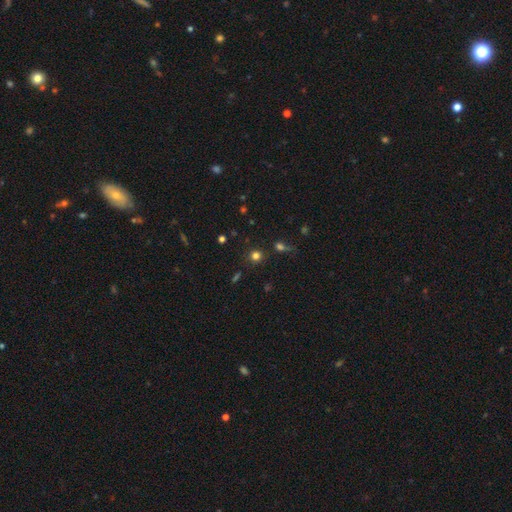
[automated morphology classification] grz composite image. It shows a smooth galaxy with no disk features (75%) that is round (88%). Merging: none (83%).